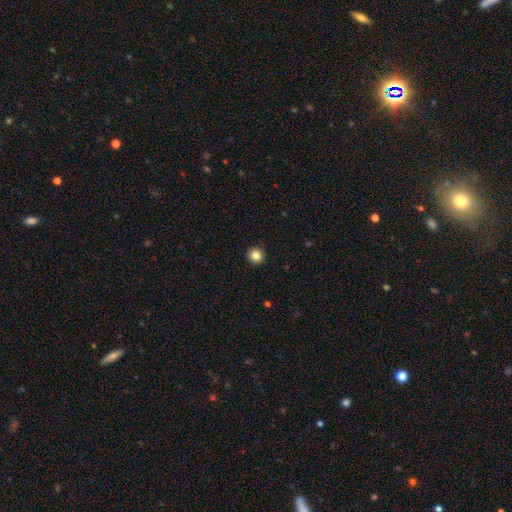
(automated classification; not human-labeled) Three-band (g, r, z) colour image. It shows a smooth galaxy with no disk features (84%) that is round (94%). Merging: none (93%).